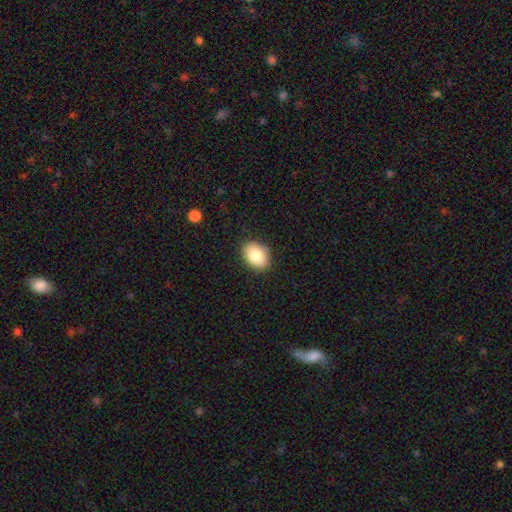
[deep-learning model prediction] Smooth or featured? smooth (85%)
How rounded? in between (76%)
Merging? none (88%)